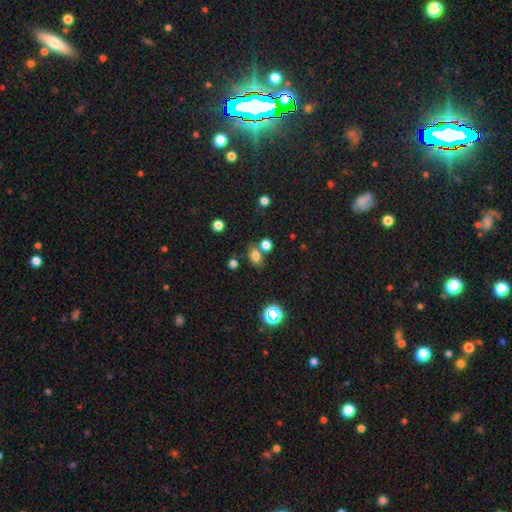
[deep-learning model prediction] Q: Smooth or featured?
A: smooth (74%); runner-up: star or artifact (18%)
Q: How rounded?
A: in between (71%); runner-up: round (27%)
Q: Merging?
A: none (62%); runner-up: merger (21%)